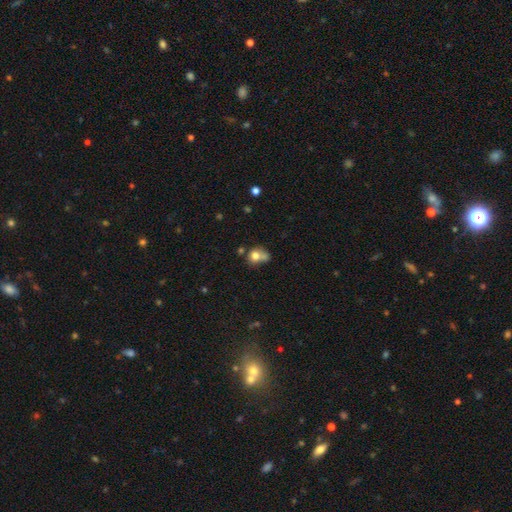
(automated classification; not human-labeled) The model was most divided on "merging": merger: 37%, none: 33%, minor disturbance: 18%, major disturbance: 12%. More confident: smooth or featured — smooth (74%); how rounded — round (64%).